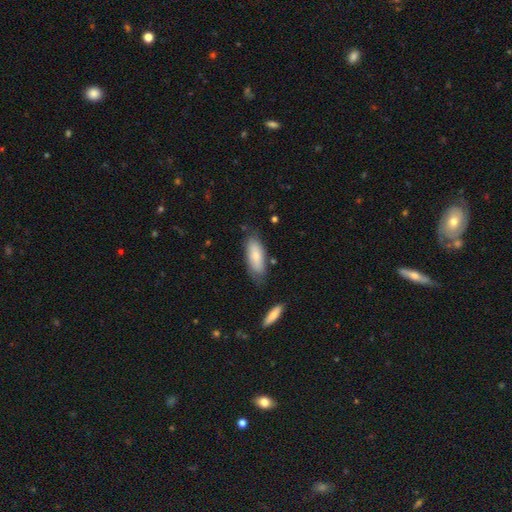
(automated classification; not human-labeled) Morphology: type=smooth (75%); roundness=in between (69%); merging=none (71%).